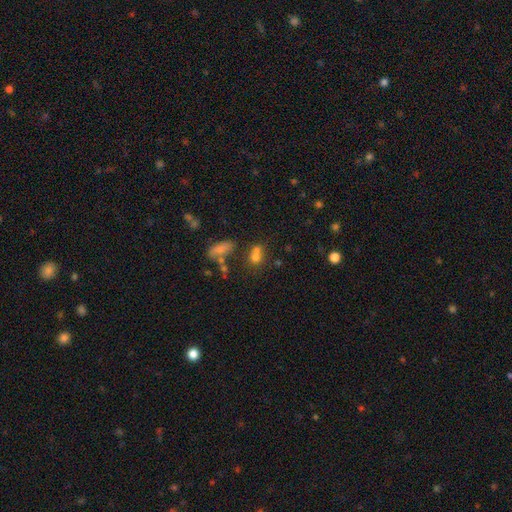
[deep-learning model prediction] smooth 68%, star or artifact 17%, featured or disk 15%. Down the decision tree: how rounded — round (65%); merging — merger (48%).